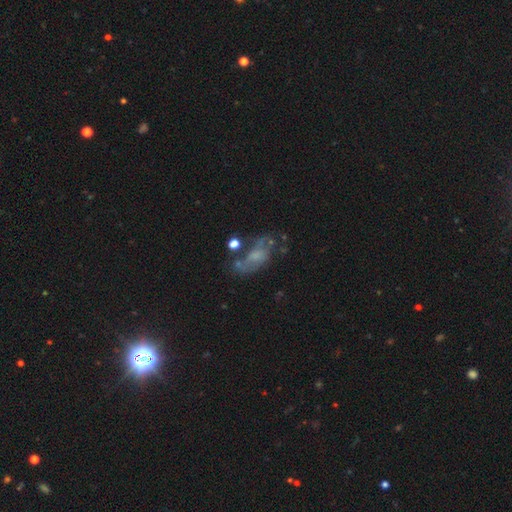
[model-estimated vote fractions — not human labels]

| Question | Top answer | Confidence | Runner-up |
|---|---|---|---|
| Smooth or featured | featured or disk | 51% | smooth (35%) |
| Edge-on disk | no | 93% | yes (7%) |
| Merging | none | 39% | major disturbance (27%) |